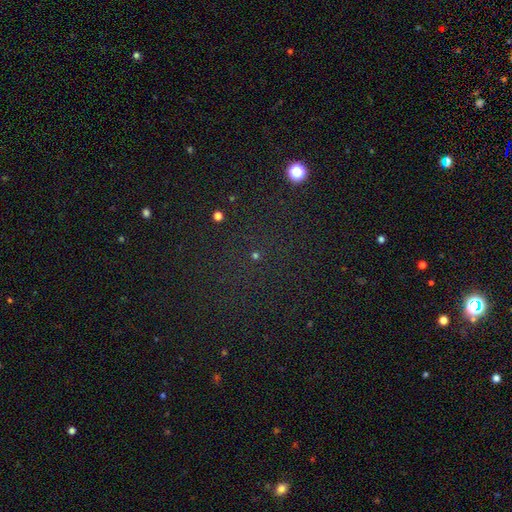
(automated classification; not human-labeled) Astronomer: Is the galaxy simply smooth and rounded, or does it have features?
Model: star or artifact — 62%.